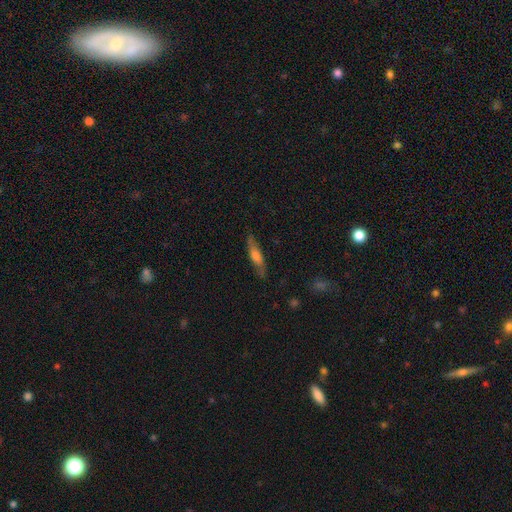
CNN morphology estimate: smooth_or_featured: smooth (p=0.49) [alt: featured or disk p=0.45]
merging: none (p=0.76) [alt: minor disturbance p=0.17]